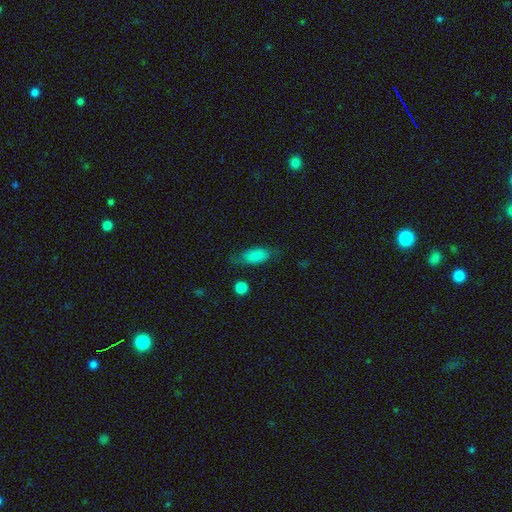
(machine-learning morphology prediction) This is clearly a smooth galaxy (81%). How rounded: clearly in between (85%). Merging: likely none (63%).